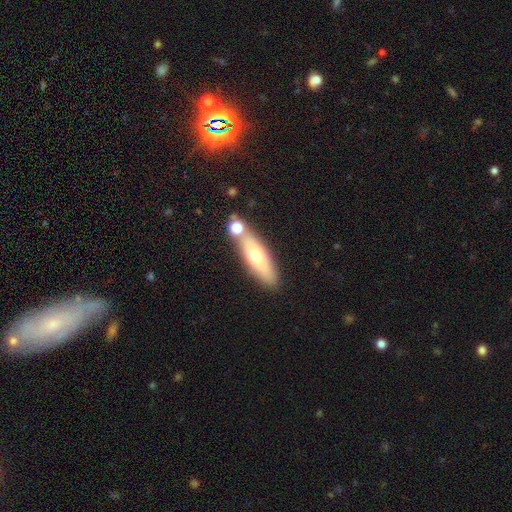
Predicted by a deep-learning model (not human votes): The model was most divided on "how rounded": cigar-shaped: 53%, in between: 44%, round: 3%. More confident: merging — none (69%); smooth or featured — smooth (59%).